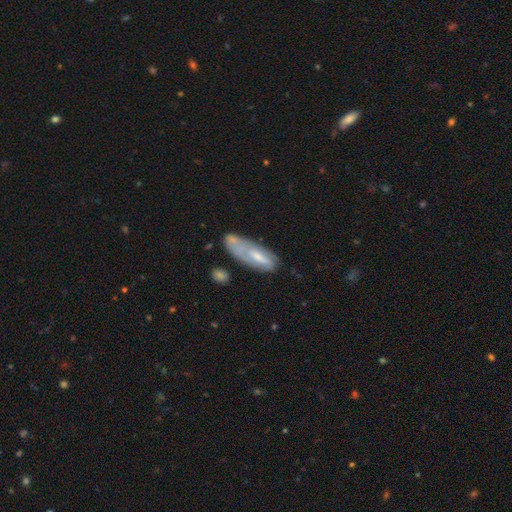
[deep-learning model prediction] This is possibly a smooth galaxy (52%). How rounded: possibly in between (54%). Merging: marginally none (41%).